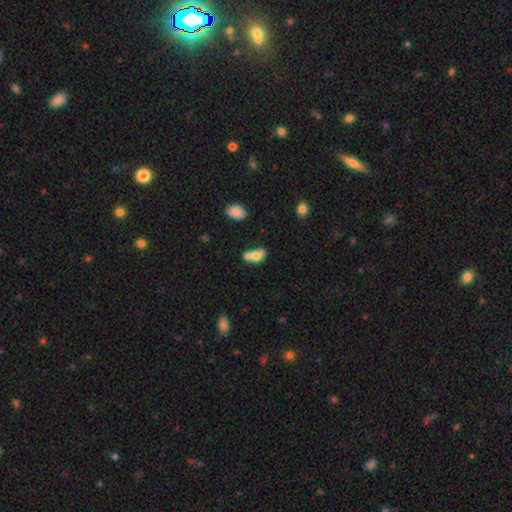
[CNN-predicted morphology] A smooth galaxy with no disk features (69%) that is in between round and cigar-shaped (65%). Merging: merger (67%).